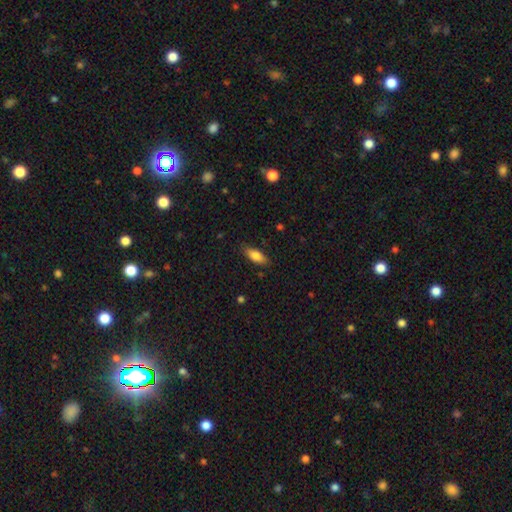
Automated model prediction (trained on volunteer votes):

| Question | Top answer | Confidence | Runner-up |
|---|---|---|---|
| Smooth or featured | smooth | 81% | featured or disk (12%) |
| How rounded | in between | 78% | cigar-shaped (20%) |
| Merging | none | 83% | minor disturbance (13%) |